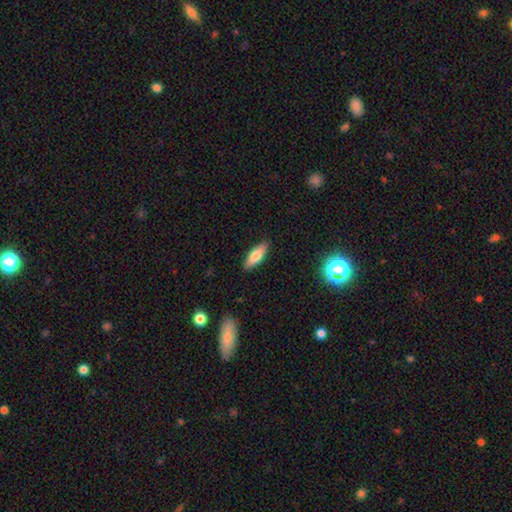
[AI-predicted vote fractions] Smooth or featured? smooth (76%)
How rounded? in between (59%)
Merging? none (88%)